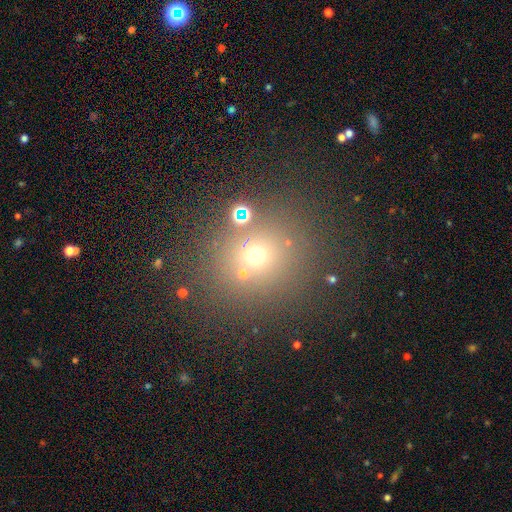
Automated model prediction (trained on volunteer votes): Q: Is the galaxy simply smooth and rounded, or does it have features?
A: smooth — 57%.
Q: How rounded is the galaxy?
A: round — 86%.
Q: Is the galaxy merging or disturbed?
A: none — 72%.